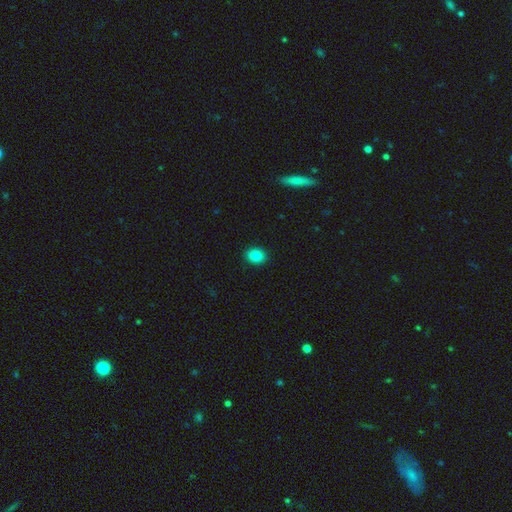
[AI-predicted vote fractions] Smooth or featured? Predicted: smooth (p=0.85). How rounded? Predicted: in between (p=0.52). Merging? Predicted: none (p=0.91).